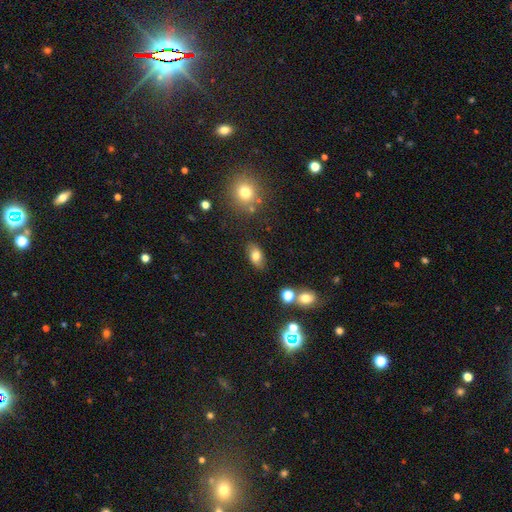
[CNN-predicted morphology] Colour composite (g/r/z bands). It shows a smooth galaxy with no disk features (78%) that is in between round and cigar-shaped (88%). Merging: none (81%).